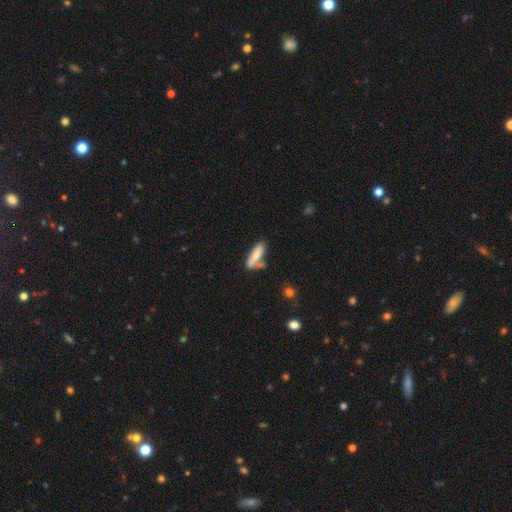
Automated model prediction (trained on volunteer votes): smooth_or_featured: smooth (p=0.68) [alt: featured or disk p=0.26]
how_rounded: cigar-shaped (p=0.54) [alt: in between p=0.44]
merging: none (p=0.50) [alt: merger p=0.26]